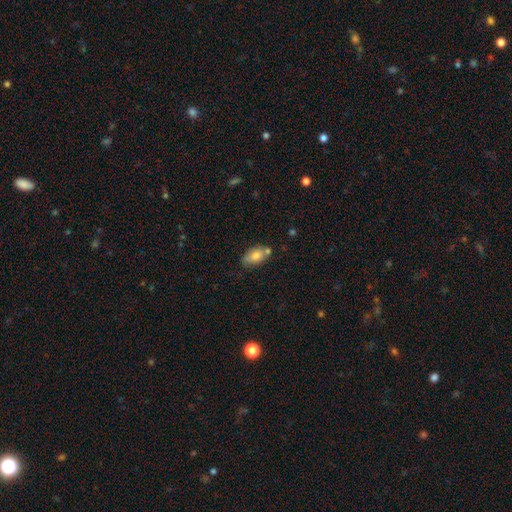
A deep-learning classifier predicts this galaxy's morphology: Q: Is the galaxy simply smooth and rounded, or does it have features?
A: smooth — 77%.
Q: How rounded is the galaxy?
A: in between — 90%.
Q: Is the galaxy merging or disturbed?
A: none — 58%.